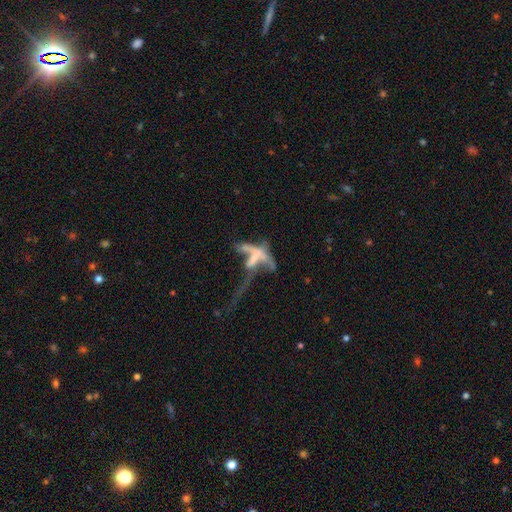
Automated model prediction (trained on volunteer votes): A featured or disk galaxy (56%). Merging: merger (50%).